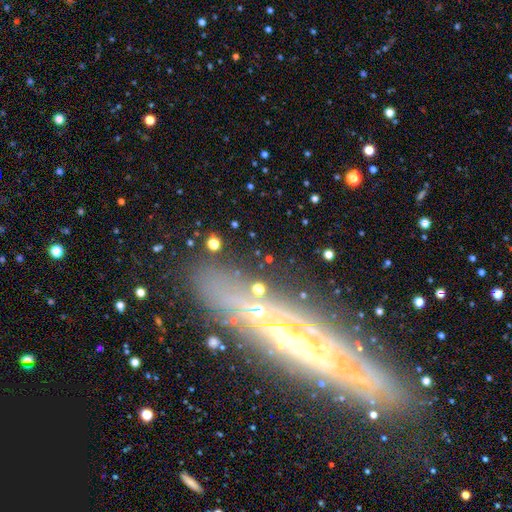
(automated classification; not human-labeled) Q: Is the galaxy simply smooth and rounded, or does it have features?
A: featured or disk — 70%.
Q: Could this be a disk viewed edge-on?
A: yes — 73%.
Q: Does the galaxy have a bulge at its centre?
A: none — 58%.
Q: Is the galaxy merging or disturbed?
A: none — 81%.